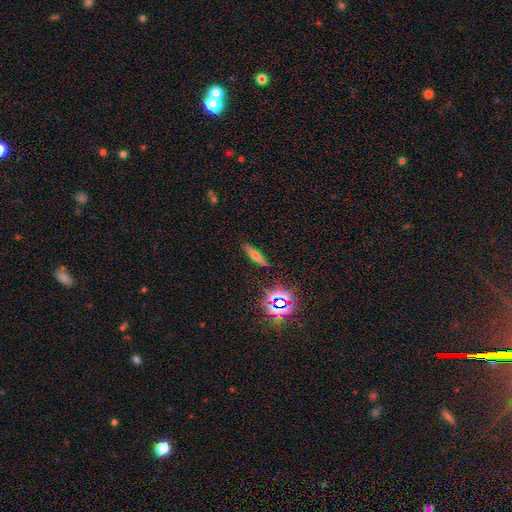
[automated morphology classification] Smooth or featured?
  - smooth: 47% *
  - featured or disk: 35%
  - star or artifact: 18%
Merging?
  - none: 86% *
  - minor disturbance: 10%
  - major disturbance: 2%
  - merger: 2%